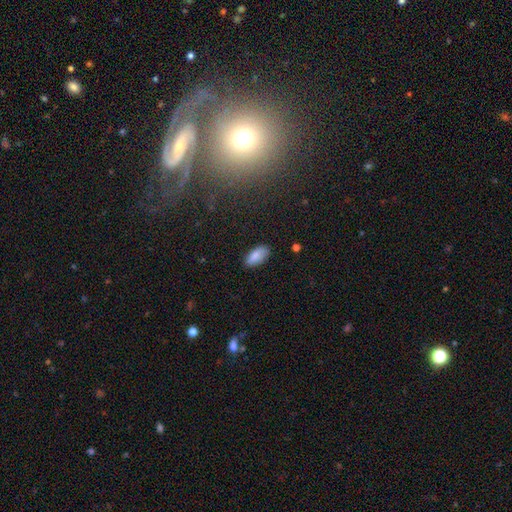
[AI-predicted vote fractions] Smooth or featured? smooth (85%)
How rounded? in between (91%)
Merging? none (82%)